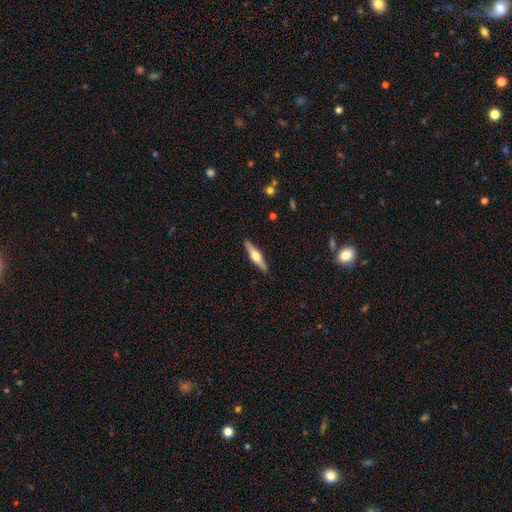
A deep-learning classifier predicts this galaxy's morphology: smooth_or_featured: featured or disk (p=0.66) [alt: smooth p=0.29]
disk_edge_on: yes (p=0.97) [alt: no p=0.03]
edge_on_bulge: rounded (p=0.95) [alt: boxy p=0.04]
merging: none (p=0.90) [alt: minor disturbance p=0.07]